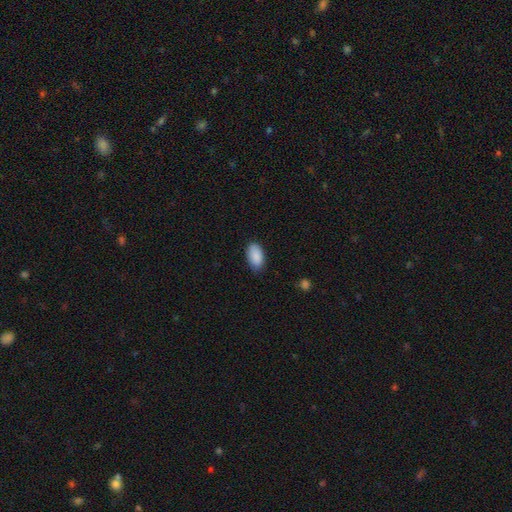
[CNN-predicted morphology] smooth 90%, star or artifact 7%, featured or disk 4%. Down the decision tree: how rounded — in between (94%); merging — none (80%).